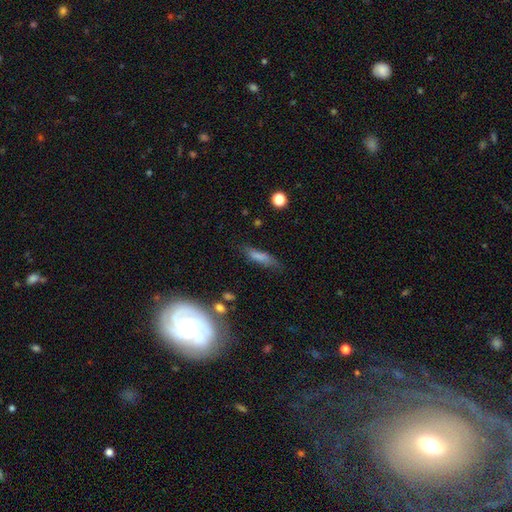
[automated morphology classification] featured or disk 44%, smooth 42%, star or artifact 14%. Down the decision tree: merging — none (65%).